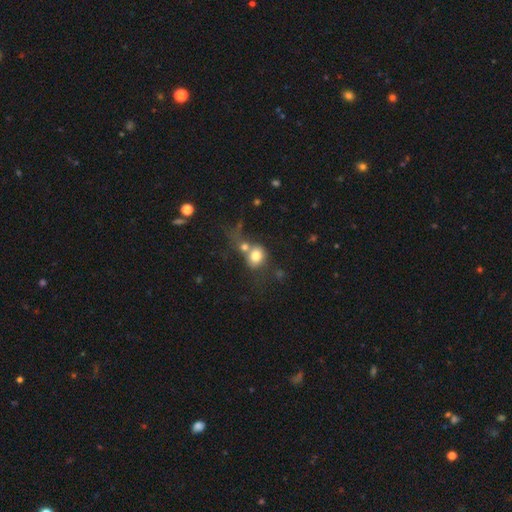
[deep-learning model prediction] This appears to be a smooth galaxy with no disk features (76%) that is round (67%). Merging: merger (45%).